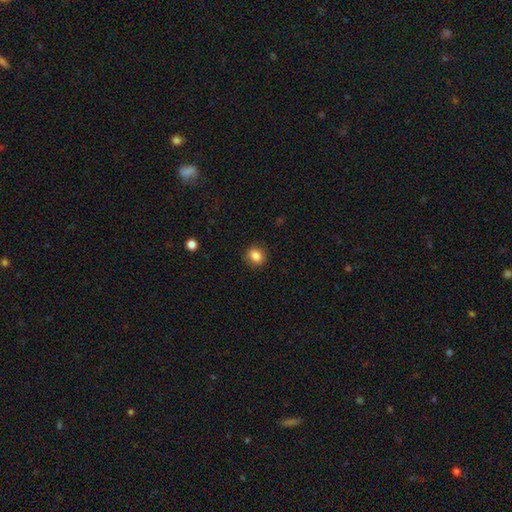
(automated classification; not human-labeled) Q: Smooth or featured?
A: smooth (86%); runner-up: star or artifact (10%)
Q: How rounded?
A: round (69%); runner-up: in between (30%)
Q: Merging?
A: none (89%); runner-up: minor disturbance (7%)